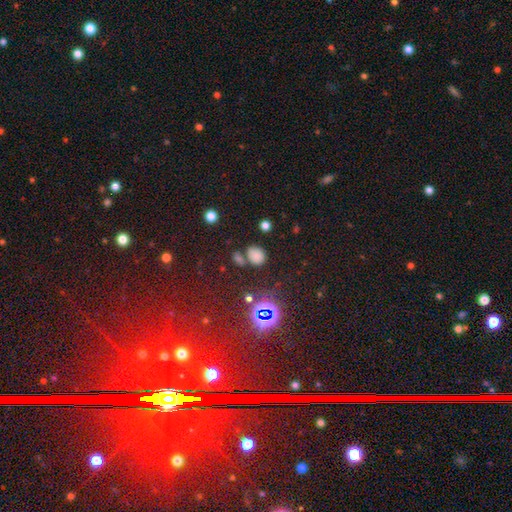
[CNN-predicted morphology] Smooth or featured? Predicted: smooth (p=0.69). How rounded? Predicted: in between (p=0.53). Merging? Predicted: none (p=0.66).